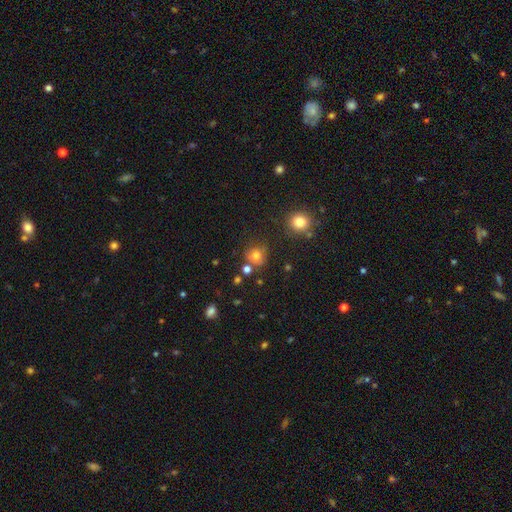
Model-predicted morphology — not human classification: Smooth or featured? smooth (71%)
How rounded? round (84%)
Merging? none (67%)